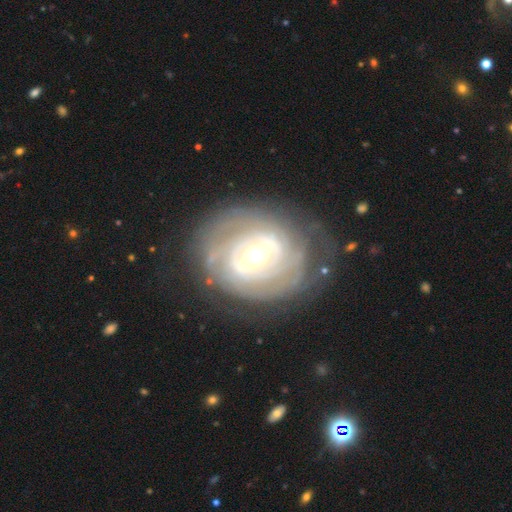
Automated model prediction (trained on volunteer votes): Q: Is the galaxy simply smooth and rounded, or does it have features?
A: featured or disk — 88%.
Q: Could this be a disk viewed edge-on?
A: no — 95%.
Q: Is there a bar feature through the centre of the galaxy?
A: strong — 57%.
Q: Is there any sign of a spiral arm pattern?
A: yes — 85%.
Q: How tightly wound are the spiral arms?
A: tight — 78%.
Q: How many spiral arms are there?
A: can't tell — 42%.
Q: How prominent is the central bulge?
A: moderate — 68%.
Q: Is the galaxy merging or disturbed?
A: none — 76%.